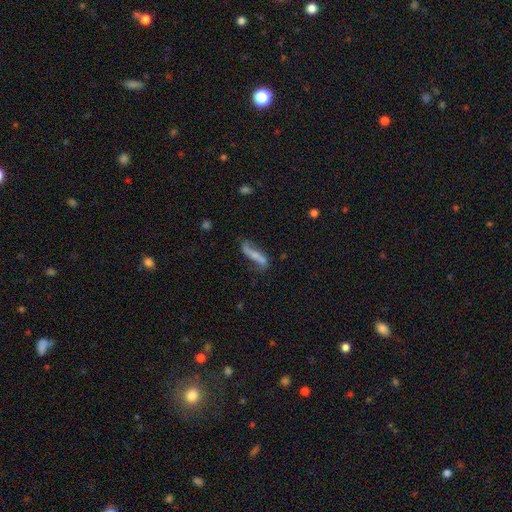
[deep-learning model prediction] The model was most divided on "smooth or featured": featured or disk: 50%, smooth: 42%, star or artifact: 8%. Remaining: edge-on disk — no (67%); merging — none (49%).